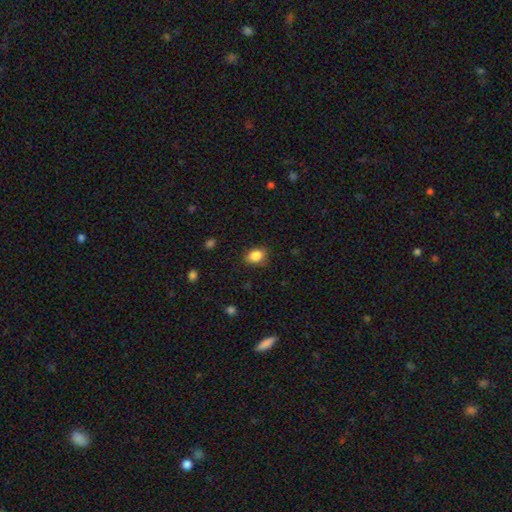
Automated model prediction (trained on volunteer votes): smooth 86%, star or artifact 9%, featured or disk 5%. Down the decision tree: how rounded — in between (69%); merging — none (80%).